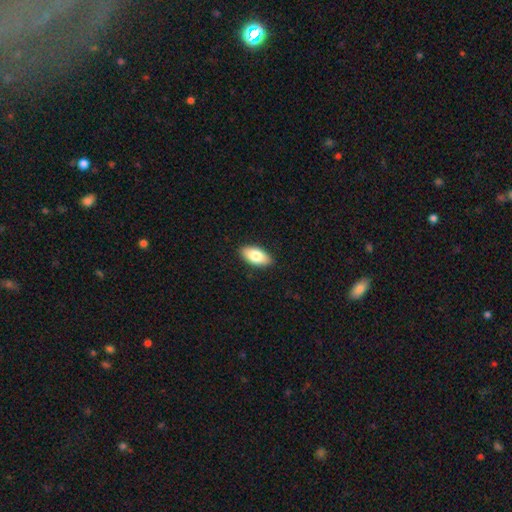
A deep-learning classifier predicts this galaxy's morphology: The model was most divided on "smooth or featured": smooth: 81%, featured or disk: 12%, star or artifact: 6%. More confident: how rounded — in between (92%); merging — none (89%).